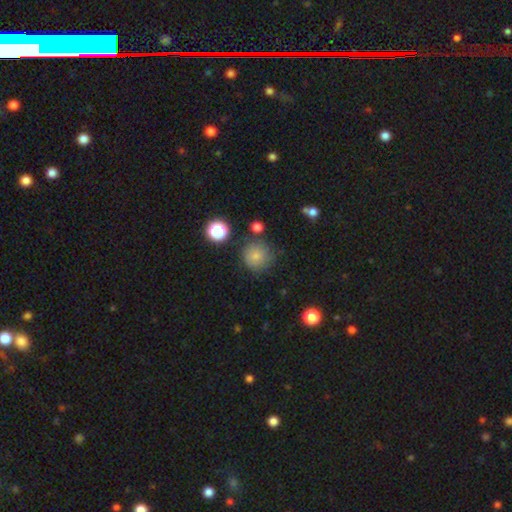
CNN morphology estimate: smooth_or_featured: smooth (p=0.79) [alt: star or artifact p=0.13]
how_rounded: round (p=0.93) [alt: in between p=0.06]
merging: none (p=0.76) [alt: minor disturbance p=0.14]